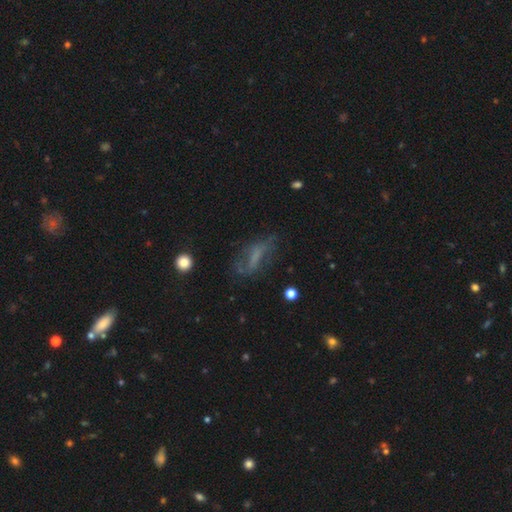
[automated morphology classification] A featured or disk galaxy (45%).

Vote fractions:
- Smooth or featured? featured or disk: 45% / smooth: 39% / star or artifact: 16%
- Merging? none: 51% / minor disturbance: 23% / major disturbance: 23% / merger: 3%